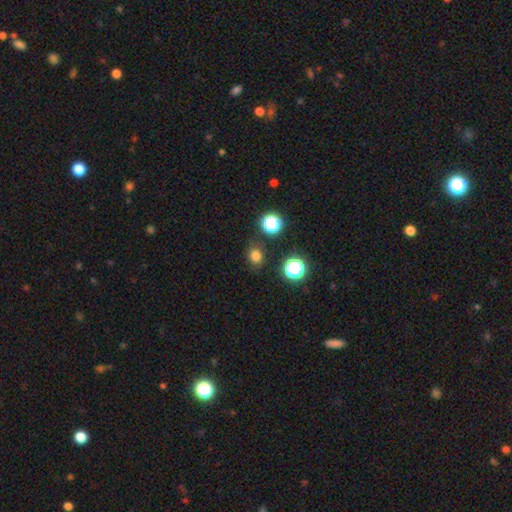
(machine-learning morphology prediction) smooth_or_featured: smooth (p=0.76) [alt: star or artifact p=0.19]
how_rounded: round (p=0.77) [alt: in between p=0.22]
merging: none (p=0.85) [alt: minor disturbance p=0.10]